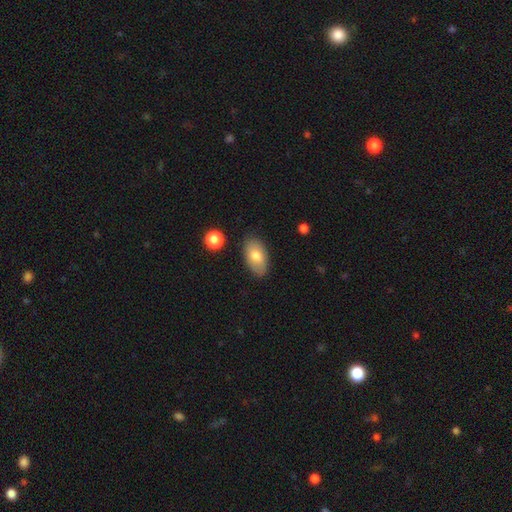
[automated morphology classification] smooth_or_featured: smooth (p=0.76) [alt: featured or disk p=0.17]
how_rounded: in between (p=0.93) [alt: round p=0.05]
merging: none (p=0.83) [alt: minor disturbance p=0.13]